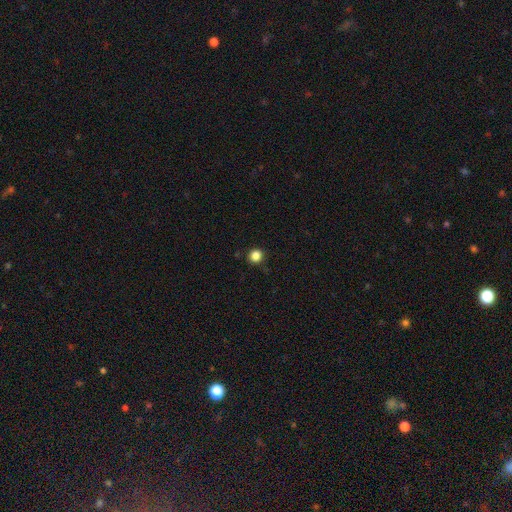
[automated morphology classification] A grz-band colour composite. It shows a smooth galaxy with no disk features (85%) that is round (93%). Merging: none (90%).